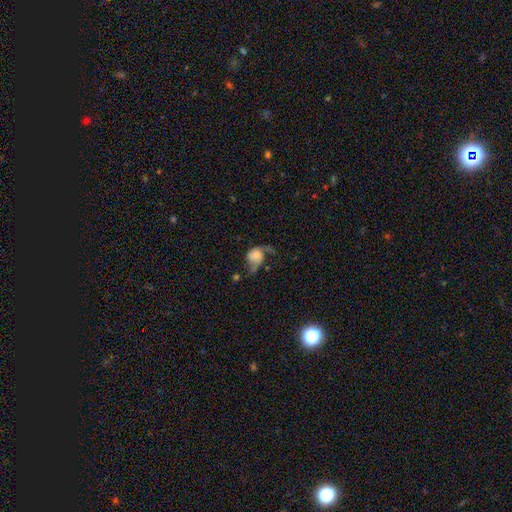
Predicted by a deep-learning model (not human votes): Overall: featured or disk (49%; smooth 42%). Merging: major disturbance (42%; none 29%).